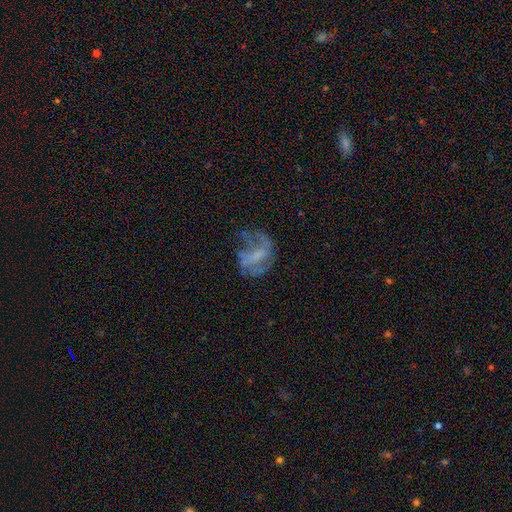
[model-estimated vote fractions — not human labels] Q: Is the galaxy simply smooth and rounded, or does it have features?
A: featured or disk — 58%.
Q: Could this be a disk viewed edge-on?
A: no — 97%.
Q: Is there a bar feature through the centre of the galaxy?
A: no — 50%.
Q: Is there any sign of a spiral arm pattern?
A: no — 52%.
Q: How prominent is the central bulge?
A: none — 57%.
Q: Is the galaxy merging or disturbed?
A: major disturbance — 38%, tied with none.